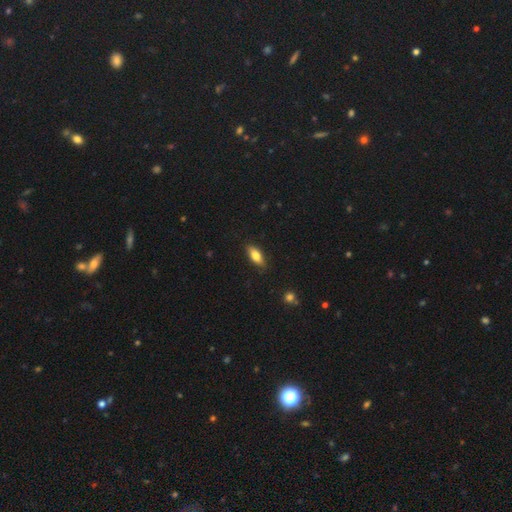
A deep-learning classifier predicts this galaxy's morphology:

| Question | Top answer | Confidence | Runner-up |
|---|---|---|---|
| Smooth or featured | smooth | 76% | featured or disk (17%) |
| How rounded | in between | 79% | cigar-shaped (19%) |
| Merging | none | 85% | minor disturbance (12%) |